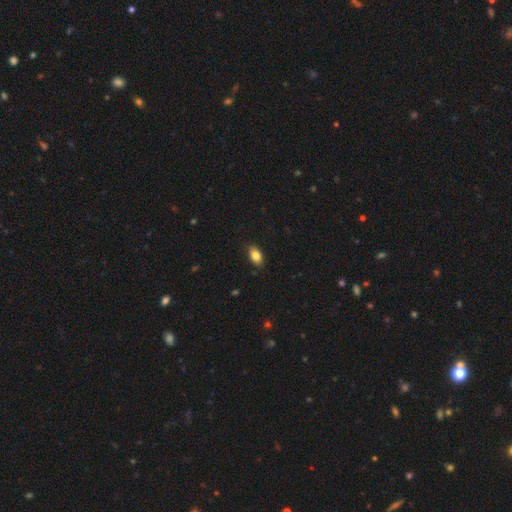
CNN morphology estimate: Smooth or featured: smooth — 84% (featured or disk — 8%)
How rounded: in between — 89% (round — 8%)
Merging: none — 85% (minor disturbance — 12%)